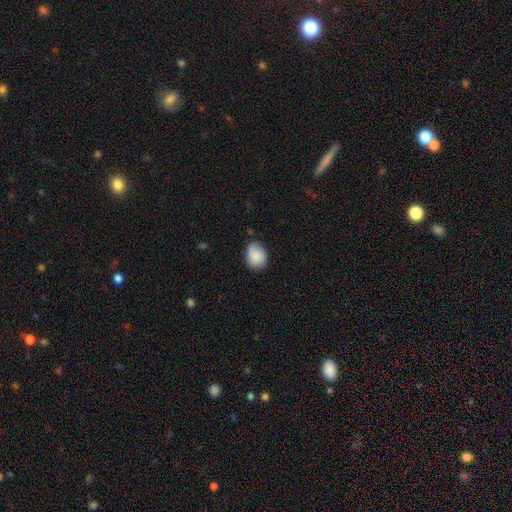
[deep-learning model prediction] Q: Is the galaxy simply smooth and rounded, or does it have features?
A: smooth — 85%.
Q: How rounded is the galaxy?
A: in between — 54%.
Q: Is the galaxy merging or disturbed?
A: none — 66%.